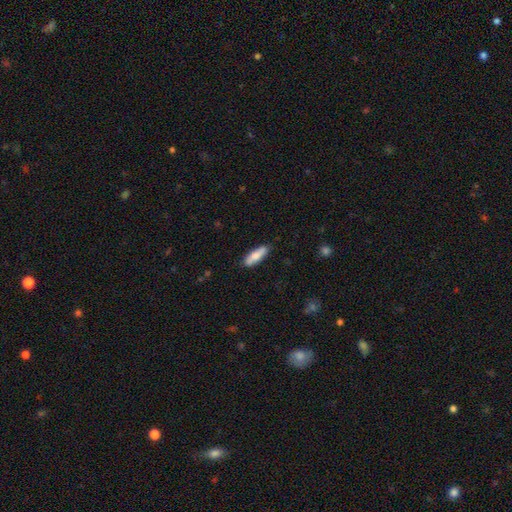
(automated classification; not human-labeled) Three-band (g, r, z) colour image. It shows a smooth galaxy with no disk features (76%) that is cigar-shaped (50%). Merging: none (84%).